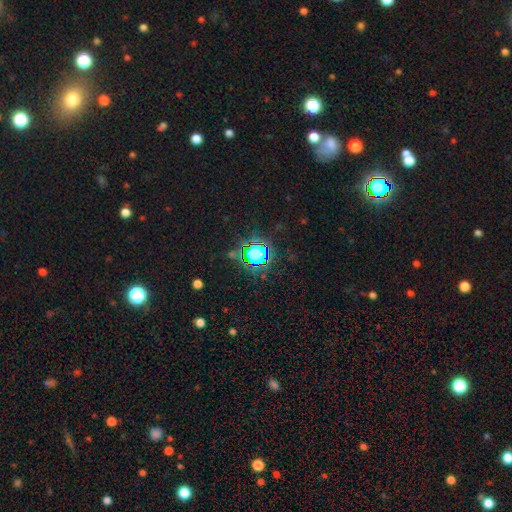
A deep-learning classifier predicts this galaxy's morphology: Overall: star or artifact (63%; smooth 27%).